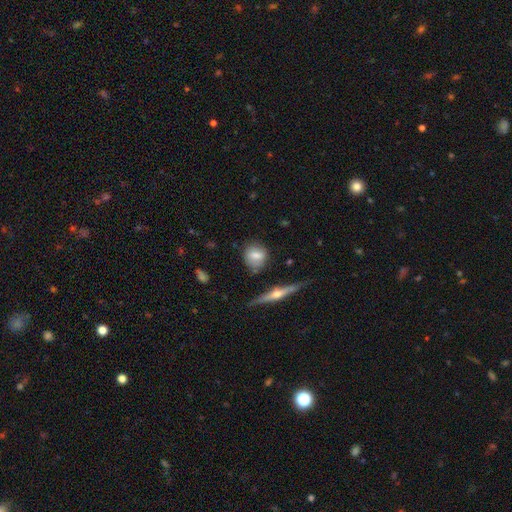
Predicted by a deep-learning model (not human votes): Morphology: type=smooth (71%); roundness=round (65%); merging=none (79%).